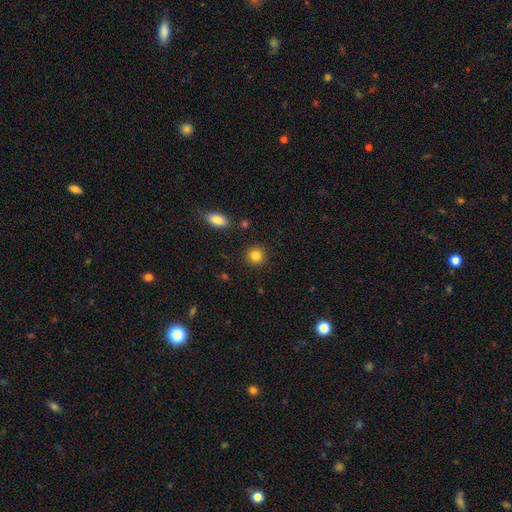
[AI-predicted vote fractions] smooth_or_featured: smooth (p=0.85) [alt: star or artifact p=0.10]
how_rounded: round (p=0.91) [alt: in between p=0.08]
merging: none (p=0.90) [alt: minor disturbance p=0.06]